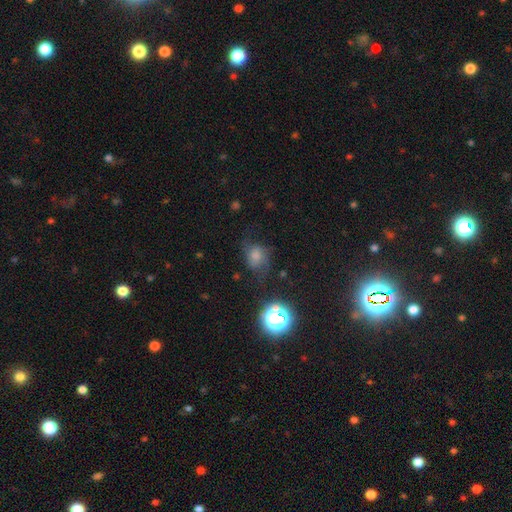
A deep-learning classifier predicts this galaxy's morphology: smooth-or-featured: smooth: 39% | featured or disk: 35% | star or artifact: 26%
  merging: none: 54% | minor disturbance: 25% | major disturbance: 19% | merger: 2%